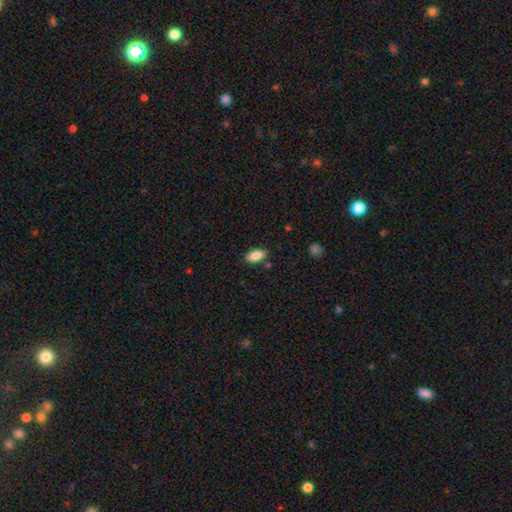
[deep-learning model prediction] Morphology: type=smooth (87%); roundness=in between (92%); merging=none (85%).